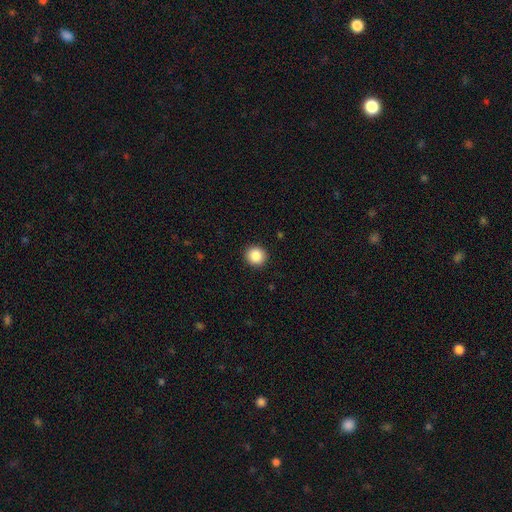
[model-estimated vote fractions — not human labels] This appears to be a smooth galaxy with no disk features (87%) that is round (90%). Merging: none (92%).